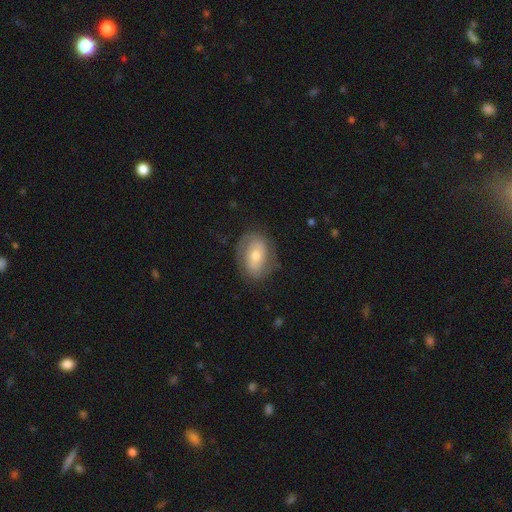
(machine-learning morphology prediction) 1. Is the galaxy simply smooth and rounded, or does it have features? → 60% featured or disk, 33% smooth, 7% star or artifact.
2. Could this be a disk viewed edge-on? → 96% no, 4% yes.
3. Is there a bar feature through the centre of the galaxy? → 57% no, 32% weak, 11% strong.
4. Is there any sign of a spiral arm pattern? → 79% yes, 21% no.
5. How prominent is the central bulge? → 60% moderate, 32% small, 6% large, 1% none, 1% dominant.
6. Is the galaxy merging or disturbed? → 75% none, 16% minor disturbance, 7% major disturbance, 1% merger.